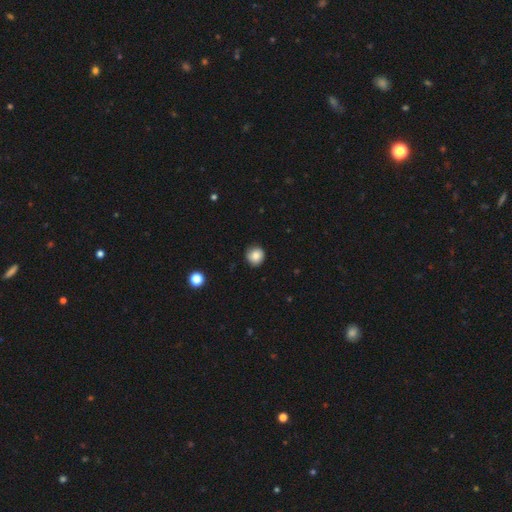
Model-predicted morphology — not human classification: This appears to be a smooth galaxy with no disk features (82%) that is round (90%). Merging: none (86%).